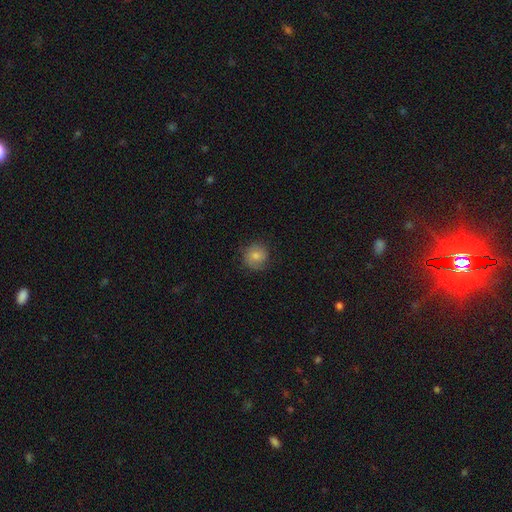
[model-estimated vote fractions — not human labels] Q: Smooth or featured?
A: smooth (73%); runner-up: featured or disk (18%)
Q: How rounded?
A: round (88%); runner-up: in between (11%)
Q: Merging?
A: none (75%); runner-up: minor disturbance (18%)